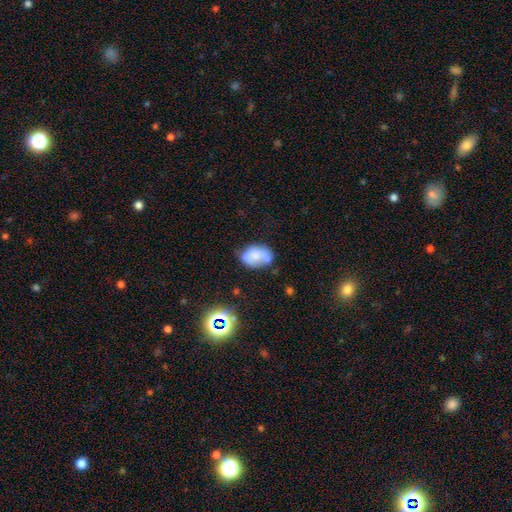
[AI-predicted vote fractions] Smooth or featured? Predicted: smooth (p=0.61). How rounded? Predicted: in between (p=0.83). Merging? Predicted: none (p=0.46).